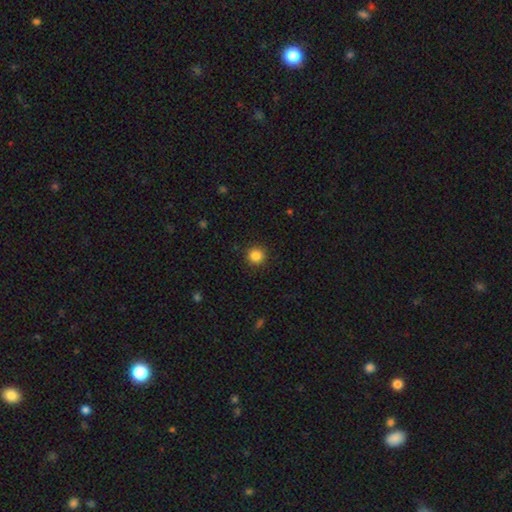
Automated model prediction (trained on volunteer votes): Q: Smooth or featured?
A: smooth (86%); runner-up: star or artifact (11%)
Q: How rounded?
A: round (93%); runner-up: in between (6%)
Q: Merging?
A: none (91%); runner-up: minor disturbance (6%)